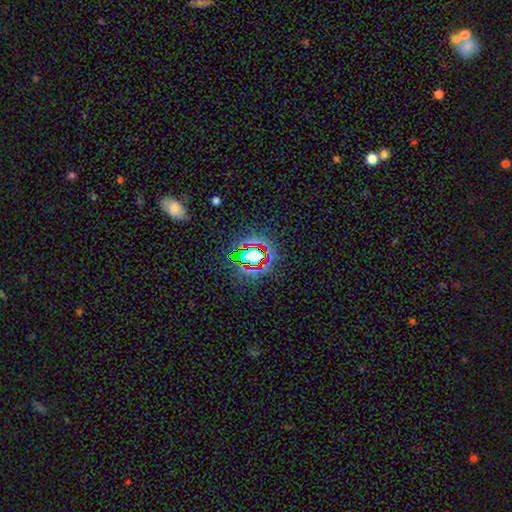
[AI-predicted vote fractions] A star or artifact, not a galaxy (70%).

Vote fractions:
- Smooth or featured? star or artifact: 70% / smooth: 18% / featured or disk: 11%